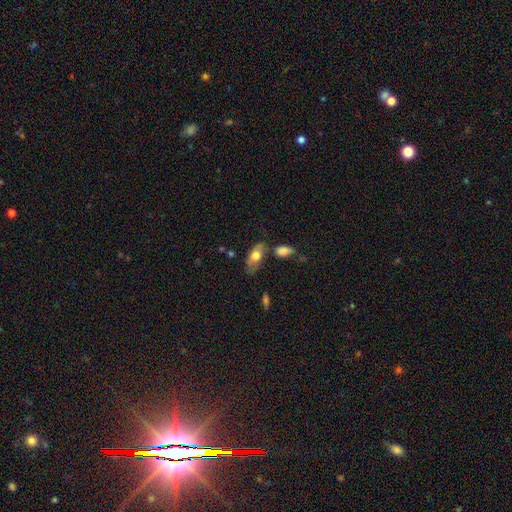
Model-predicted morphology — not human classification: Overall: smooth (66%; featured or disk 27%). How rounded: in between (88%). Merging: none (55%; minor disturbance 23%).